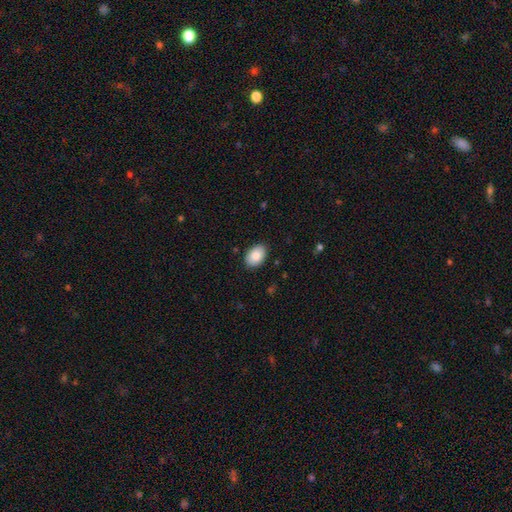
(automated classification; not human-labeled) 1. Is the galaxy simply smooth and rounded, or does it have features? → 84% smooth, 9% featured or disk, 7% star or artifact.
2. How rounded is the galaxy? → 84% in between, 15% round, 1% cigar-shaped.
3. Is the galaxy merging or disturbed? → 88% none, 9% minor disturbance, 2% major disturbance, 1% merger.